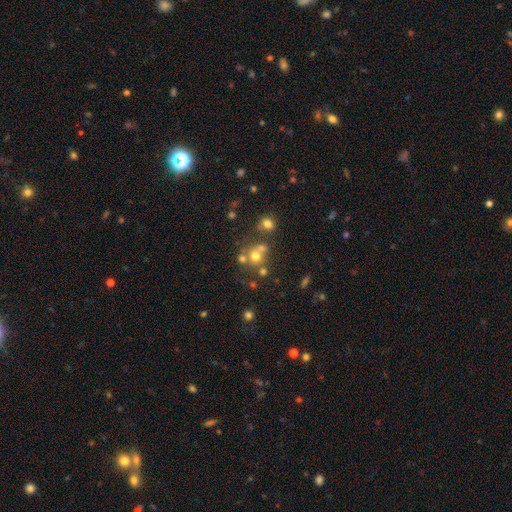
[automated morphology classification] smooth_or_featured: smooth (p=0.64) [alt: star or artifact p=0.19]
how_rounded: round (p=0.85) [alt: in between p=0.14]
merging: none (p=0.51) [alt: merger p=0.33]